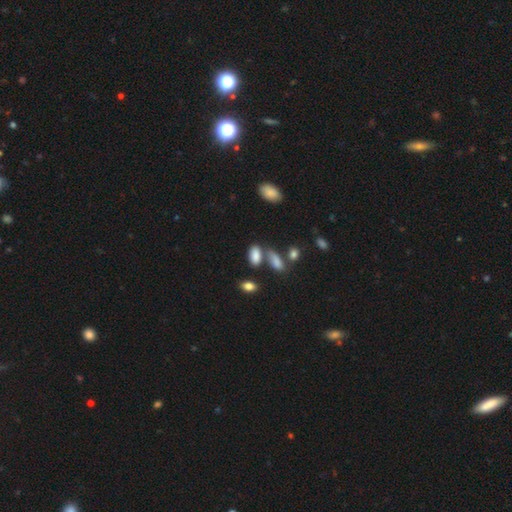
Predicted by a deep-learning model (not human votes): Smooth or featured? Predicted: smooth (p=0.83). How rounded? Predicted: in between (p=0.89). Merging? Predicted: none (p=0.55).